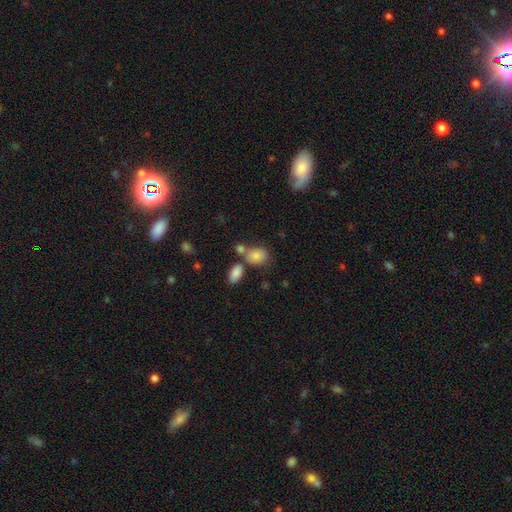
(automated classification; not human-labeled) This is likely a smooth galaxy (79%). How rounded: likely in between (65%). Merging: possibly none (54%).